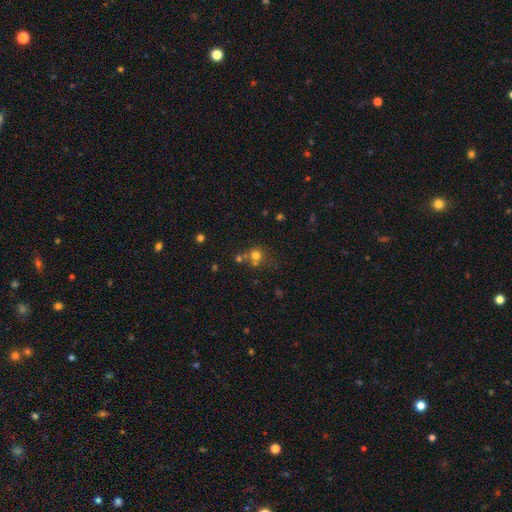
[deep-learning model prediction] Morphology: type=smooth (69%); roundness=round (87%); merging=none (55%).